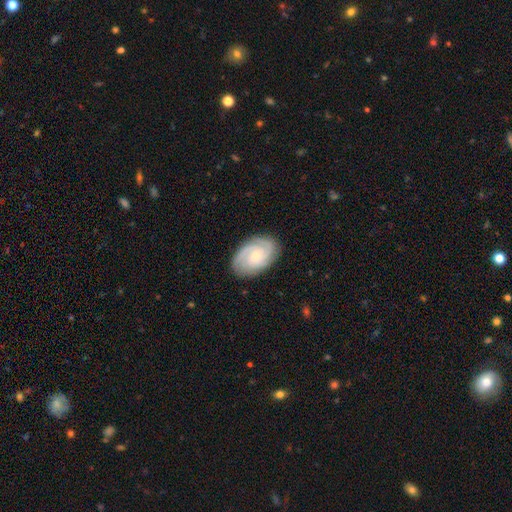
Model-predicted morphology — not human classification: Smooth or featured? featured or disk (83%)
Edge-on disk? no (97%)
Bar? no (68%)
Spiral arms? yes (97%)
Spiral winding? tight (63%)
Spiral arm count? 3 (44%)
Bulge size? small (72%)
Merging? none (84%)